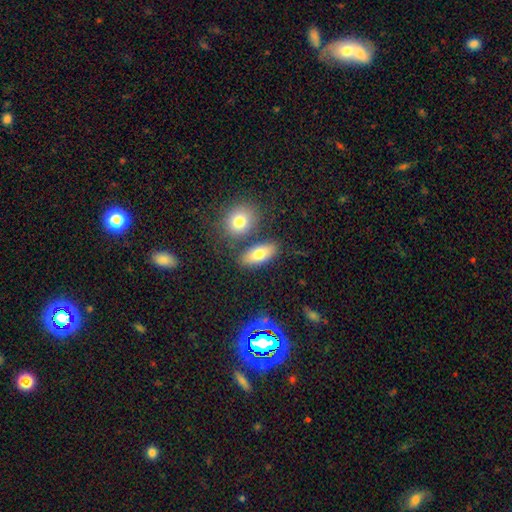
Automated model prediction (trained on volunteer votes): Q: Smooth or featured?
A: smooth (56%); runner-up: star or artifact (24%)
Q: How rounded?
A: in between (70%); runner-up: round (15%)
Q: Merging?
A: none (75%); runner-up: merger (12%)